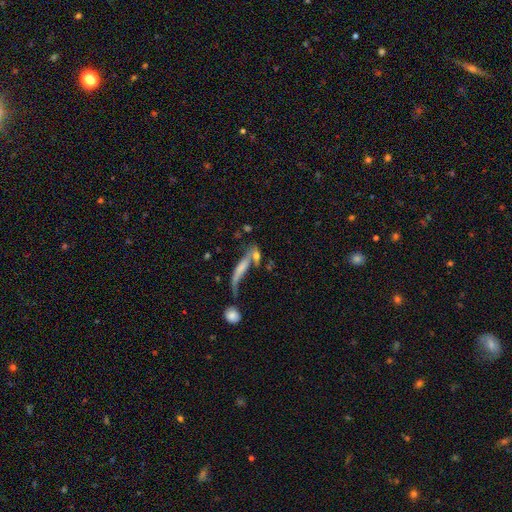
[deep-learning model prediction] The model was most divided on "merging": merger: 41%, none: 33%, major disturbance: 13%, minor disturbance: 13%. More confident: how rounded — cigar-shaped (58%); smooth or featured — smooth (58%).